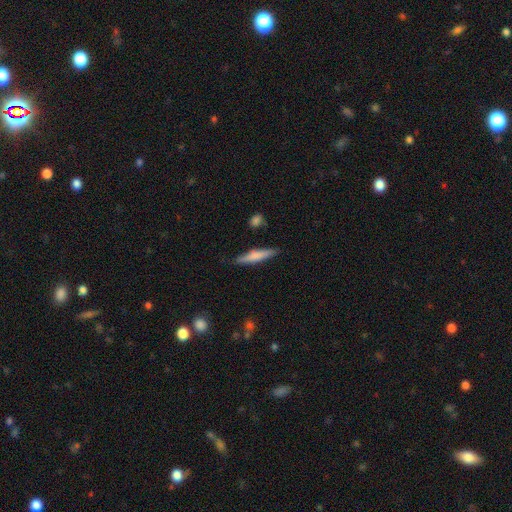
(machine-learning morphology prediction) Smooth or featured? Predicted: smooth (p=0.65). How rounded? Predicted: cigar-shaped (p=0.89). Merging? Predicted: none (p=0.85).